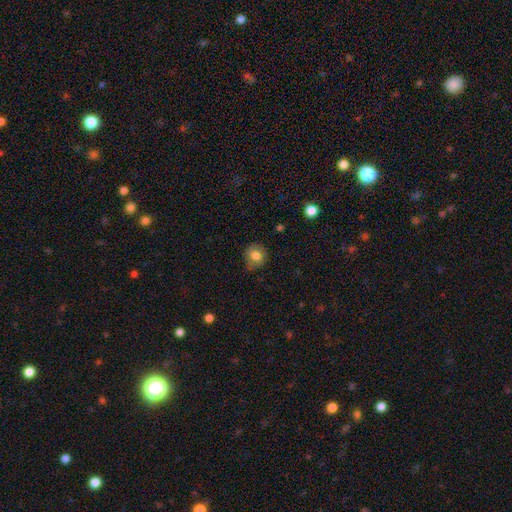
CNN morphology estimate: This appears to be a smooth galaxy with no disk features (78%) that is round (83%). Merging: none (76%).